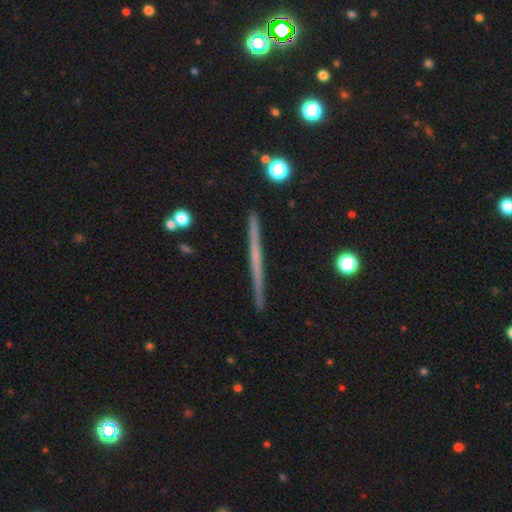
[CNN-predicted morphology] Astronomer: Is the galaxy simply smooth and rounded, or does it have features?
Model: featured or disk — 63%.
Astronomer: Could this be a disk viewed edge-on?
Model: yes — 98%.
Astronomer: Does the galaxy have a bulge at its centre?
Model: none — 87%.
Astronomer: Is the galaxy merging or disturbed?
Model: none — 93%.